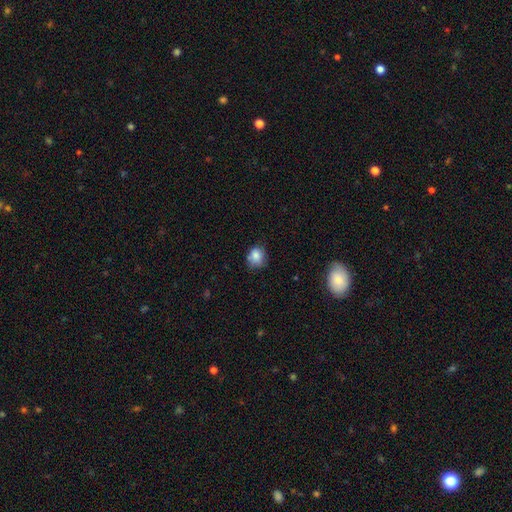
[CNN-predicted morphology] Smooth or featured: smooth — 81% (star or artifact — 10%)
How rounded: round — 64% (in between — 35%)
Merging: none — 63% (minor disturbance — 27%)